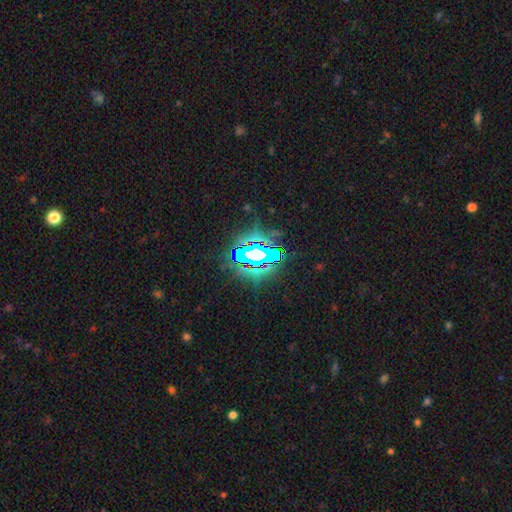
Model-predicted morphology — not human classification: smooth_or_featured: star or artifact (p=0.73) [alt: featured or disk p=0.14]